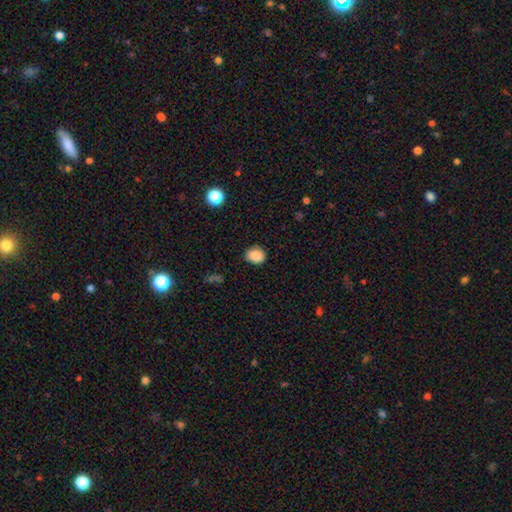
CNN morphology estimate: Q: Smooth or featured?
A: smooth (87%); runner-up: star or artifact (9%)
Q: How rounded?
A: round (56%); runner-up: in between (43%)
Q: Merging?
A: none (85%); runner-up: minor disturbance (11%)